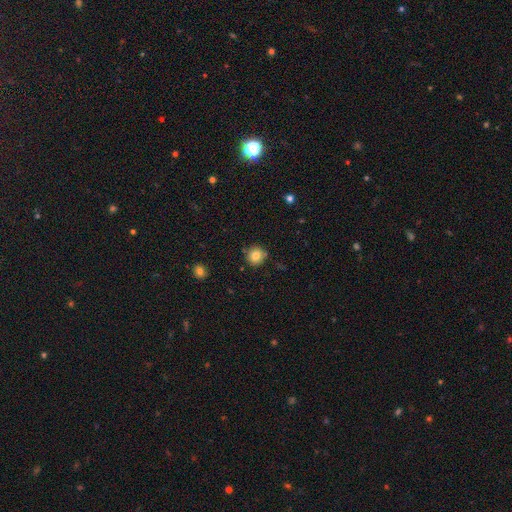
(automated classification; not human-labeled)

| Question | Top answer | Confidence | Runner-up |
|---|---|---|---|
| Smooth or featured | smooth | 81% | star or artifact (11%) |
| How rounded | round | 92% | in between (7%) |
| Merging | none | 85% | minor disturbance (10%) |